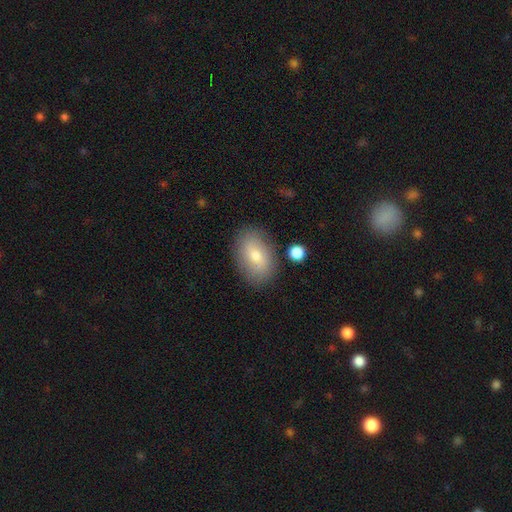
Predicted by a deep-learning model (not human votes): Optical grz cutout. It shows a smooth galaxy with no disk features (71%) that is in between round and cigar-shaped (88%). Merging: none (83%).